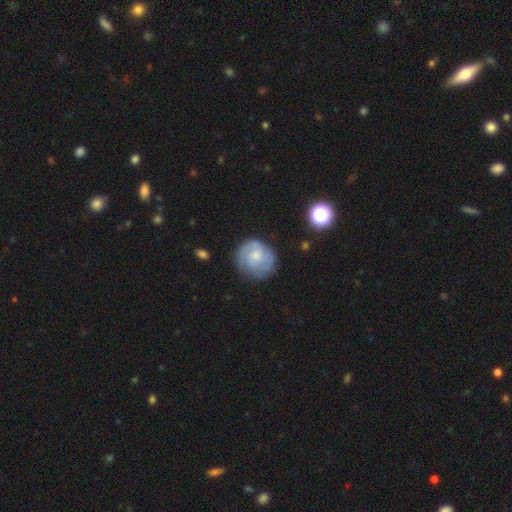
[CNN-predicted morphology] Smooth or featured: featured or disk — 47% (smooth — 46%)
Merging: none — 70% (minor disturbance — 20%)